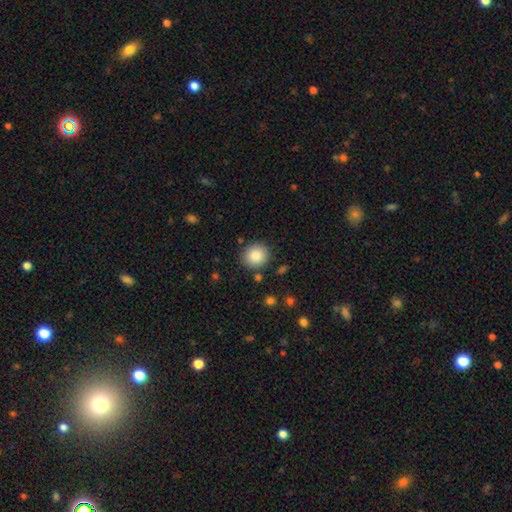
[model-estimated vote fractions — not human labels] Morphology: type=smooth (87%); roundness=round (83%); merging=none (86%).